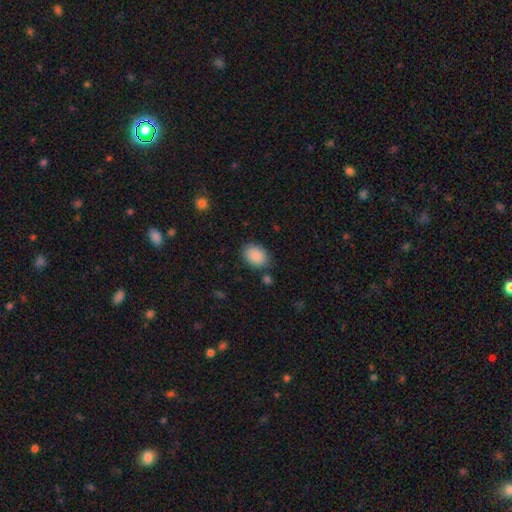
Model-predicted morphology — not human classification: Smooth or featured?
  - smooth: 89% *
  - star or artifact: 7%
  - featured or disk: 5%
How rounded?
  - in between: 72% *
  - round: 27%
  - cigar-shaped: 1%
Merging?
  - none: 81% *
  - minor disturbance: 13%
  - merger: 3%
  - major disturbance: 3%